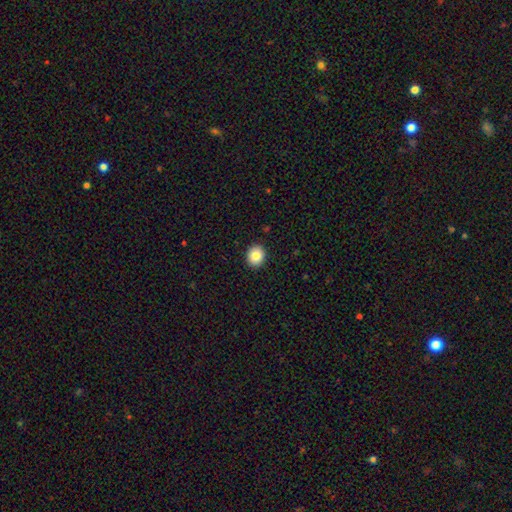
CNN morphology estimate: Smooth or featured? Predicted: smooth (p=0.86). How rounded? Predicted: round (p=0.68). Merging? Predicted: none (p=0.91).